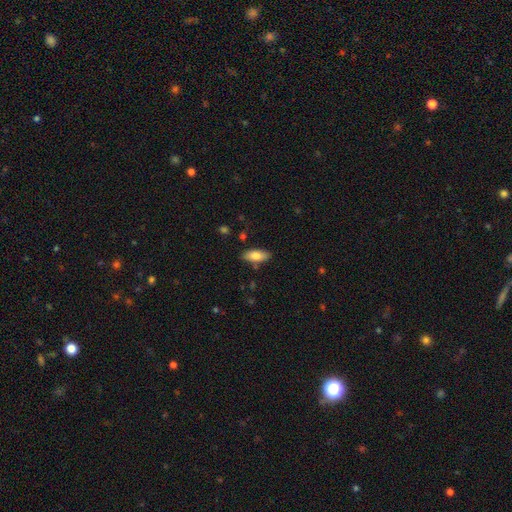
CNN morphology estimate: A smooth galaxy with no disk features (81%) that is in between round and cigar-shaped (81%). Merging: none (82%).